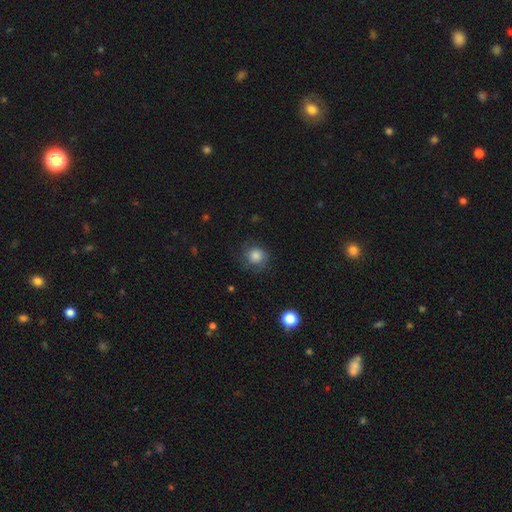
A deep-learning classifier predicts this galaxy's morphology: The model was most divided on "merging": none: 71%, minor disturbance: 19%, major disturbance: 9%, merger: 1%. More confident: how rounded — round (85%); smooth or featured — smooth (76%).